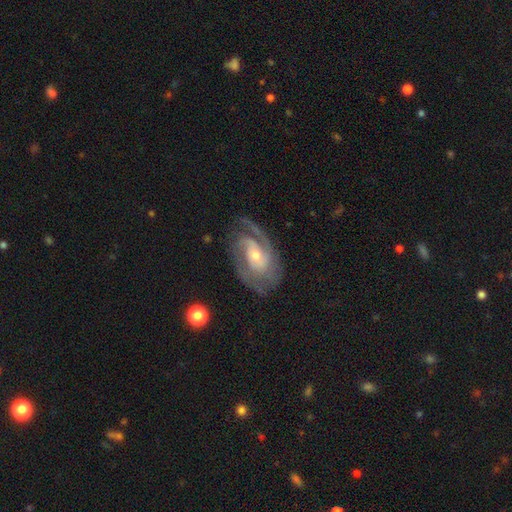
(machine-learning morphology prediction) type=featured or disk (89%); edge-on=no (96%); bar=no (52%); spiral arms=yes (97%); winding=tight (48%); arm count=2 (54%); bulge=small (50%); merging=none (71%).